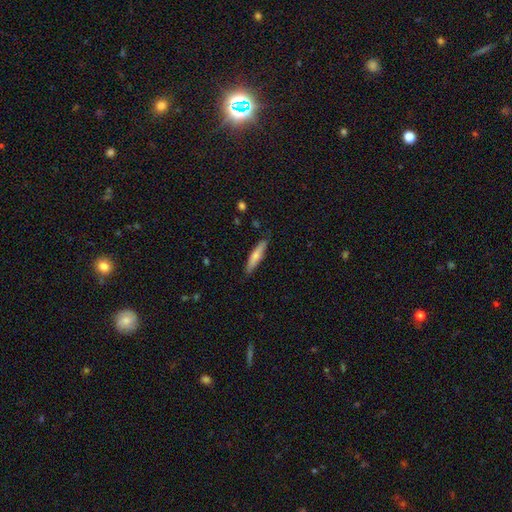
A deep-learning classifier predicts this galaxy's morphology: This is likely a smooth galaxy (66%). How rounded: clearly cigar-shaped (83%). Merging: clearly none (85%).